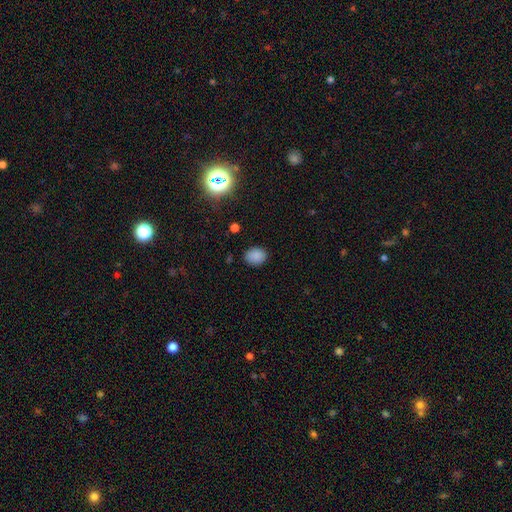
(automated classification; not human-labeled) The model was most divided on "how rounded": in between: 52%, round: 47%, cigar-shaped: 1%. More confident: merging — none (84%); smooth or featured — smooth (84%).